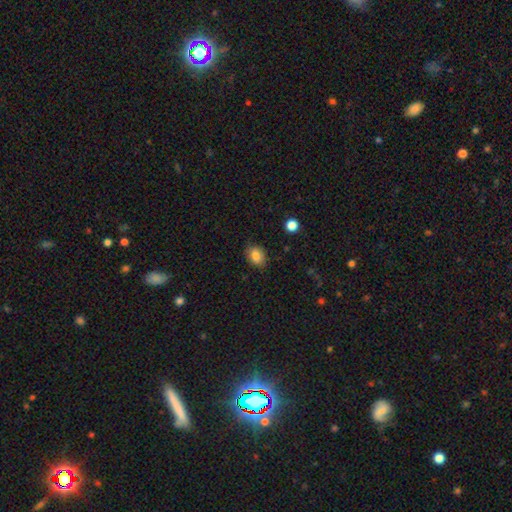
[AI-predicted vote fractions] Overall: smooth (83%). How rounded: in between (66%; round 33%). Merging: none (83%).